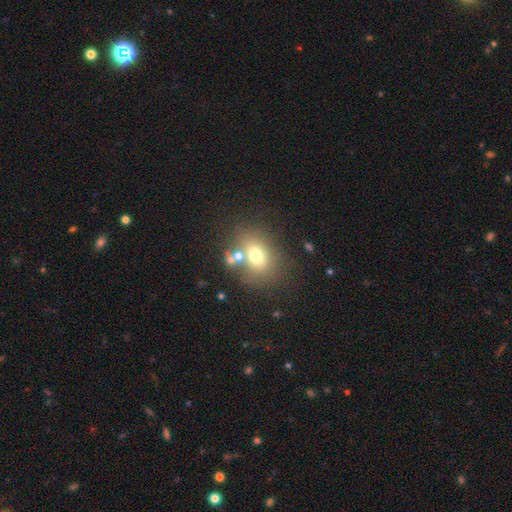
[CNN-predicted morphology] A smooth galaxy with no disk features (68%) that is in between round and cigar-shaped (53%).

Vote fractions:
- Smooth or featured? smooth: 68% / featured or disk: 17% / star or artifact: 15%
- How rounded? in between: 53% / round: 45% / cigar-shaped: 1%
- Merging? none: 63% / merger: 17% / minor disturbance: 13% / major disturbance: 7%